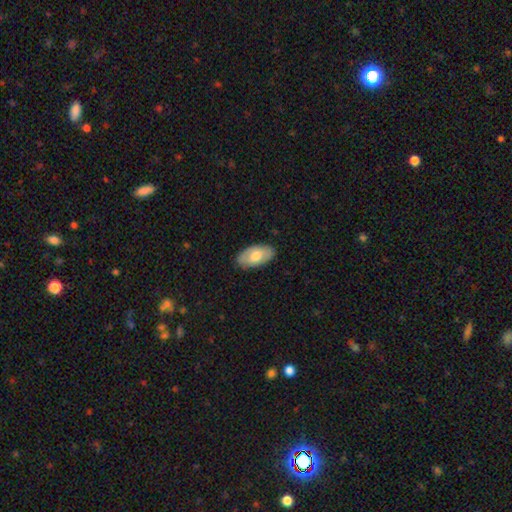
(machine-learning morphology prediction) smooth-or-featured: smooth: 67% | featured or disk: 28% | star or artifact: 5%
  how-rounded: in between: 95% | round: 3% | cigar-shaped: 2%
  merging: none: 84% | minor disturbance: 13% | major disturbance: 2% | merger: 1%